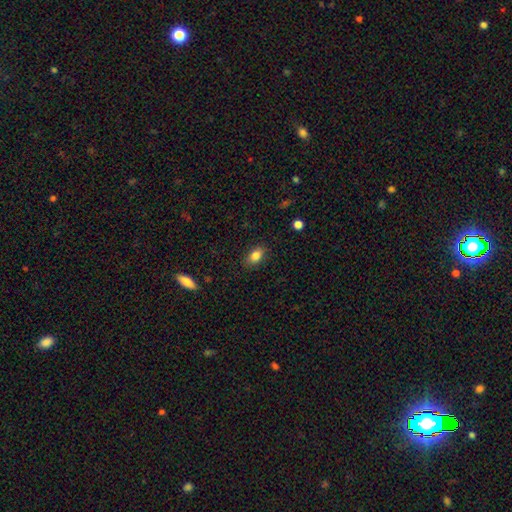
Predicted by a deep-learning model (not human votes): This is clearly a smooth galaxy (84%). How rounded: clearly in between (84%). Merging: clearly none (85%).